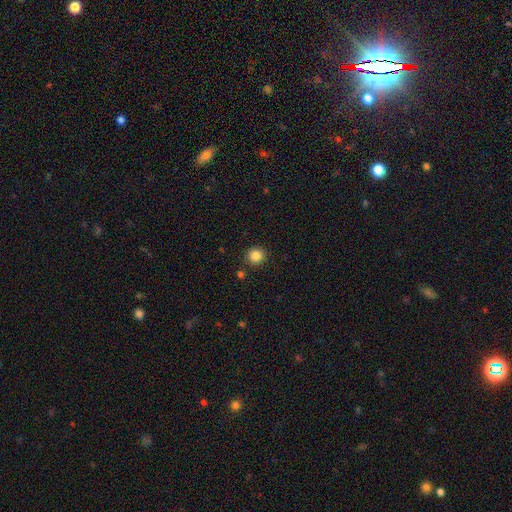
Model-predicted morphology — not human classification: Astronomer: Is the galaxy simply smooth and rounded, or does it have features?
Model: smooth — 85%.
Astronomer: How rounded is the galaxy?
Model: round — 92%.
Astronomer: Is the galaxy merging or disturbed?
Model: none — 89%.